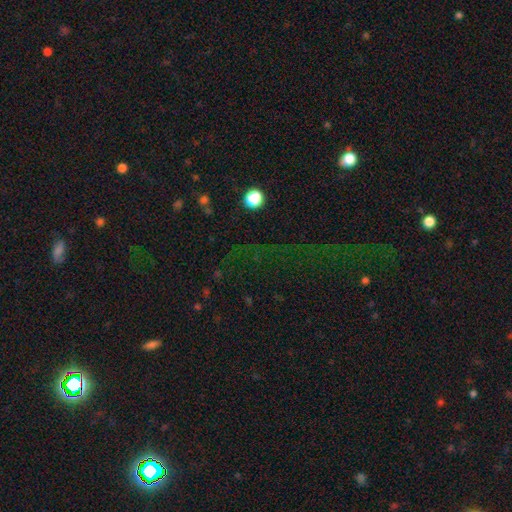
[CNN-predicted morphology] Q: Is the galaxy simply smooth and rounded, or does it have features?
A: star or artifact — 69%.